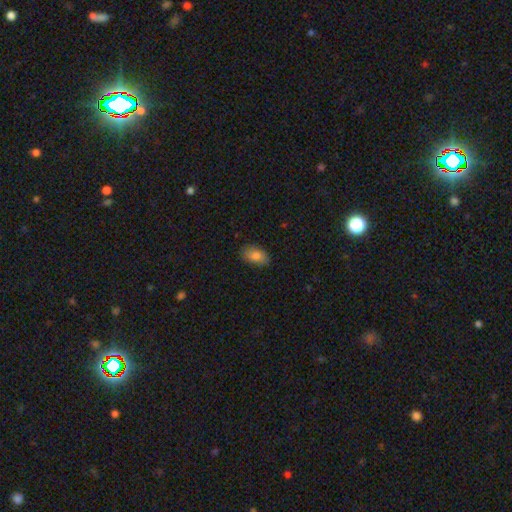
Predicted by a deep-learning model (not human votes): This appears to be a smooth galaxy with no disk features (83%) that is in between round and cigar-shaped (91%). Merging: none (80%).